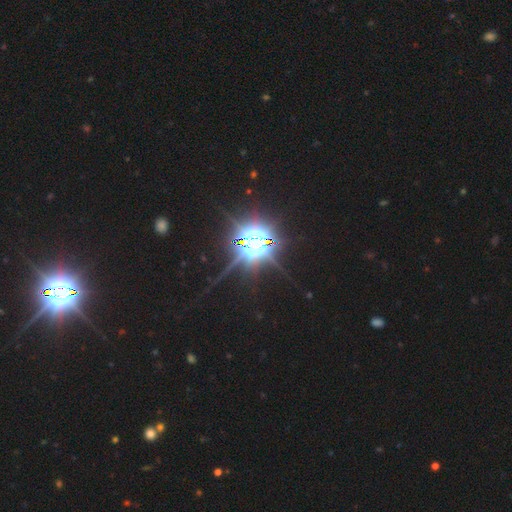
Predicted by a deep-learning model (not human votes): Smooth or featured?
  - star or artifact: 83% *
  - featured or disk: 10%
  - smooth: 7%